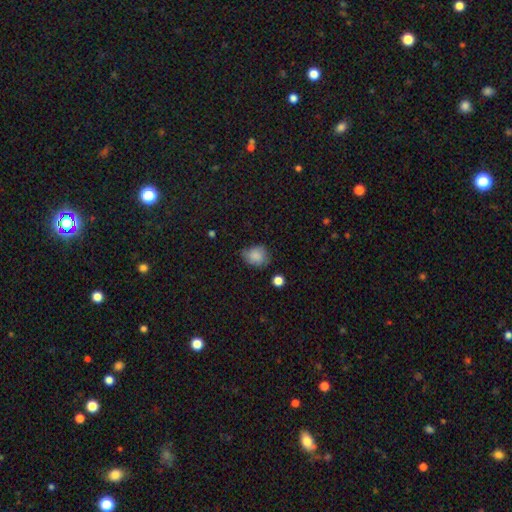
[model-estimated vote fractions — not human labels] Morphology: type=smooth (82%); roundness=round (56%); merging=none (55%).